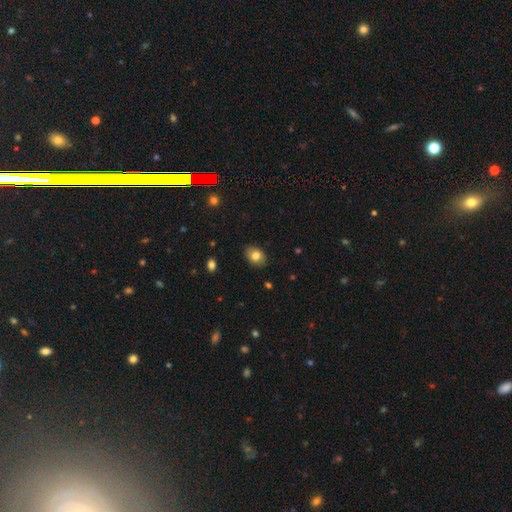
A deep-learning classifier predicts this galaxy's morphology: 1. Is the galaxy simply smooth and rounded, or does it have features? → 80% smooth, 11% featured or disk, 9% star or artifact.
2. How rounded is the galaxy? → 69% in between, 30% round, 1% cigar-shaped.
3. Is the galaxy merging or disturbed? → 87% none, 10% minor disturbance, 2% major disturbance, 1% merger.